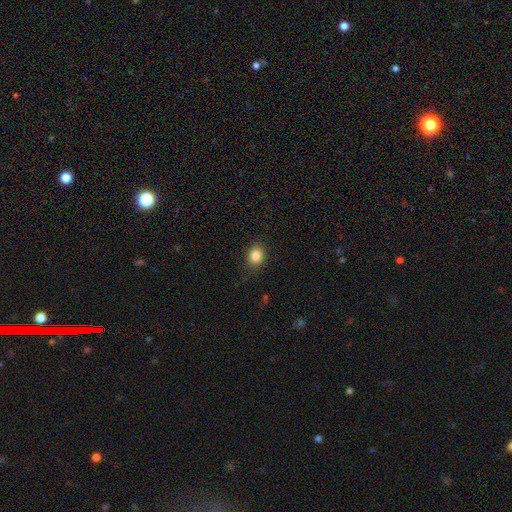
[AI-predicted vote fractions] A smooth galaxy with no disk features (84%) that is in between round and cigar-shaped (50%).

Vote fractions:
- Smooth or featured? smooth: 84% / star or artifact: 10% / featured or disk: 6%
- How rounded? in between: 50% / round: 49% / cigar-shaped: 1%
- Merging? none: 85% / minor disturbance: 11% / major disturbance: 3% / merger: 1%